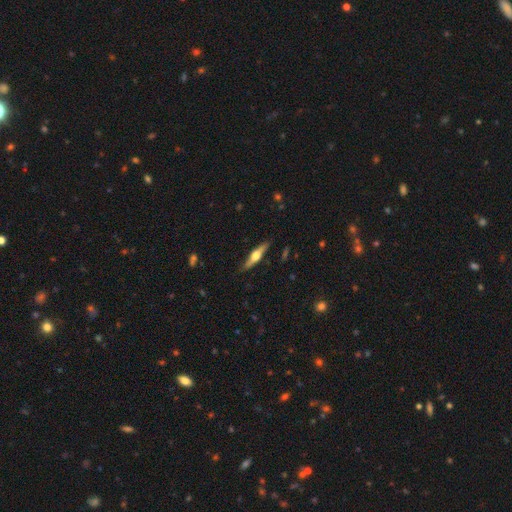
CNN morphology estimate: A featured or disk galaxy (67%) viewed edge-on (96%) with a rounded central bulge (92%).

Vote fractions:
- Smooth or featured? featured or disk: 67% / smooth: 28% / star or artifact: 5%
- Edge-on disk? yes: 96% / no: 4%
- Edge-on bulge? rounded: 92% / boxy: 5% / none: 2%
- Merging? none: 87% / minor disturbance: 10% / major disturbance: 2% / merger: 1%